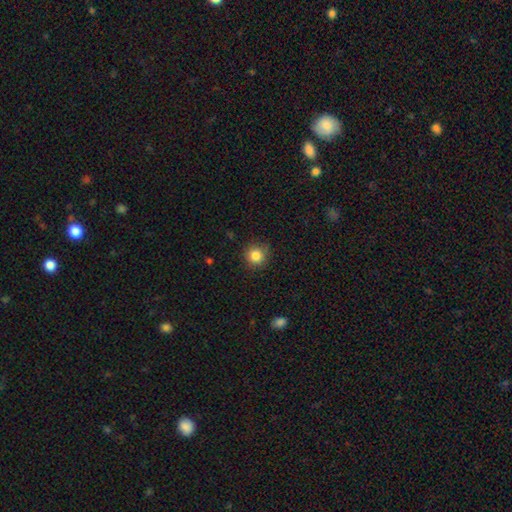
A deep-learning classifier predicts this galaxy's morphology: smooth_or_featured: smooth (p=0.84) [alt: star or artifact p=0.11]
how_rounded: round (p=0.93) [alt: in between p=0.06]
merging: none (p=0.86) [alt: minor disturbance p=0.10]